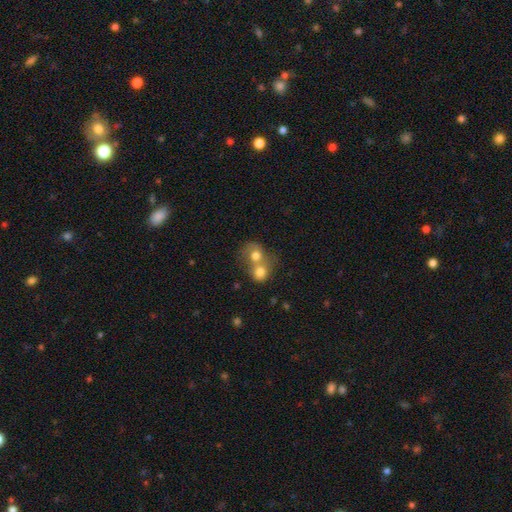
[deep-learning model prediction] Overall: smooth (72%). How rounded: round (67%; in between 32%). Merging: merger (74%).